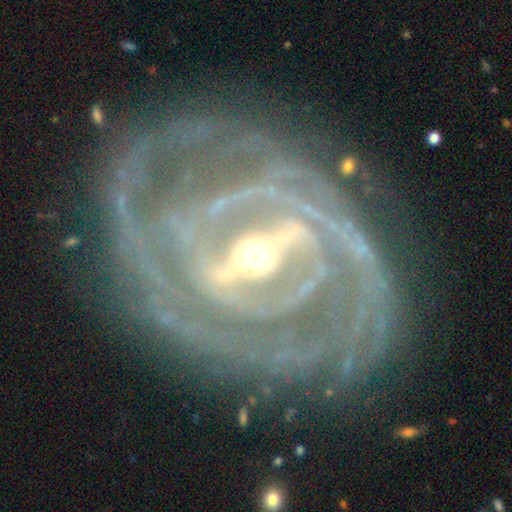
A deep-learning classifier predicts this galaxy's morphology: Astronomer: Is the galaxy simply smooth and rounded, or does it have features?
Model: featured or disk — 93%.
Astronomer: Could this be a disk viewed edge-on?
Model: no — 94%.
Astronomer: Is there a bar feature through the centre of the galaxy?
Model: strong — 81%.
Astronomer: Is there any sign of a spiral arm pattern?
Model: yes — 95%.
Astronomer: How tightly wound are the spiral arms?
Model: tight — 72%.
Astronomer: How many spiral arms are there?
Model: can't tell — 24% (runner-up: 2, 23%).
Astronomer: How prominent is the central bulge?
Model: moderate — 53% (runner-up: small, 39%).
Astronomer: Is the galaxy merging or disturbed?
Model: none — 73%.